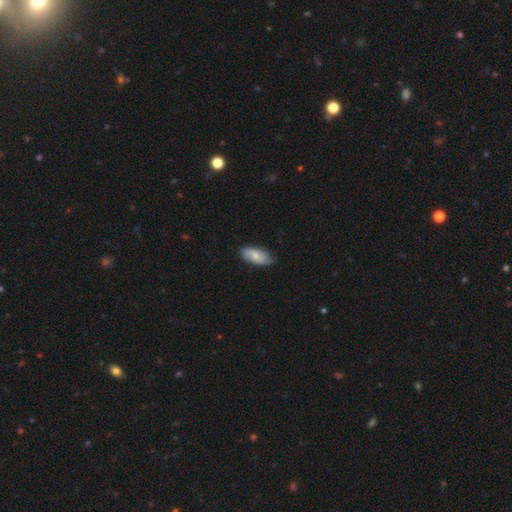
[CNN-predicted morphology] Smooth or featured? Predicted: smooth (p=0.63). How rounded? Predicted: in between (p=0.88). Merging? Predicted: none (p=0.77).